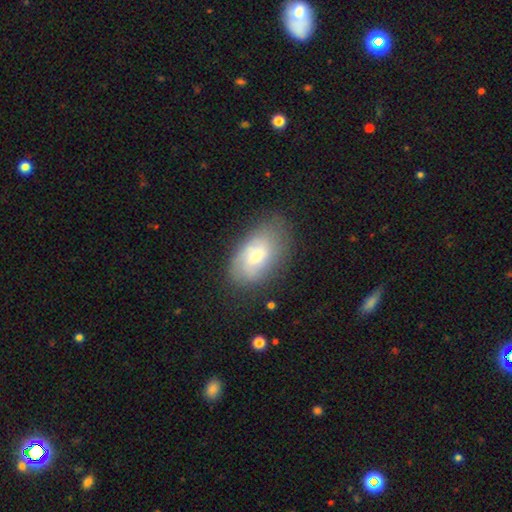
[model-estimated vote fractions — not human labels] The model was most divided on "smooth or featured": smooth: 56%, featured or disk: 36%, star or artifact: 8%. More confident: how rounded — in between (92%); merging — none (65%).